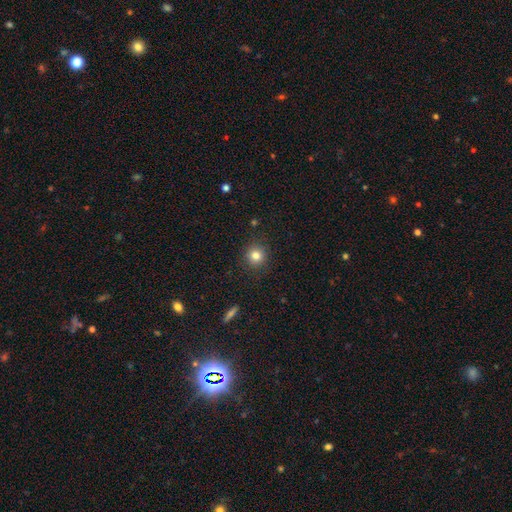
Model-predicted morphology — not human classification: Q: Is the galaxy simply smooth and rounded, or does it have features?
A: smooth — 81%.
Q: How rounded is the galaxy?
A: round — 93%.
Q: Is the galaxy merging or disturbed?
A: none — 89%.